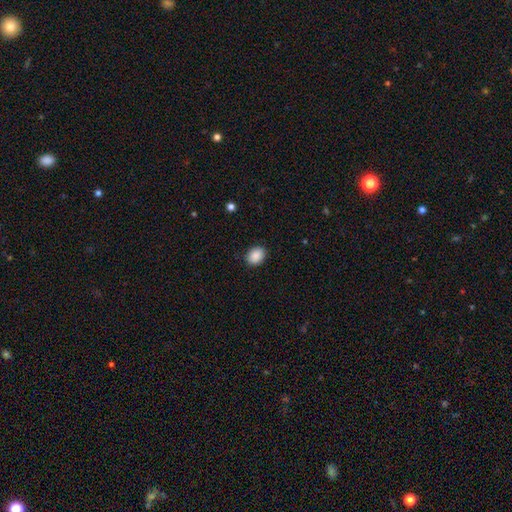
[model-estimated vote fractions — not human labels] smooth 89%, star or artifact 8%, featured or disk 3%. Down the decision tree: how rounded — in between (58%); merging — none (89%).